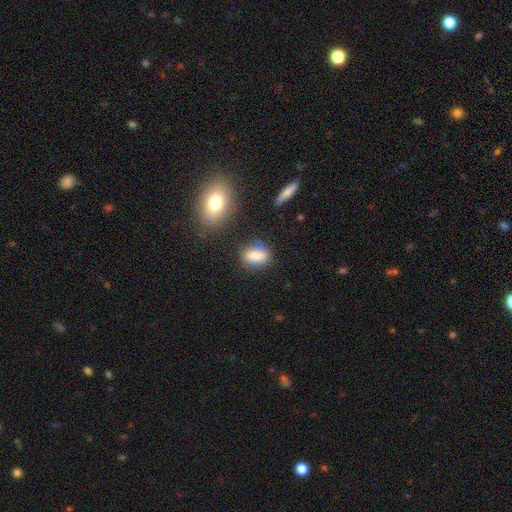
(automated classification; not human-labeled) Overall: smooth (79%). How rounded: in between (73%). Merging: none (73%).